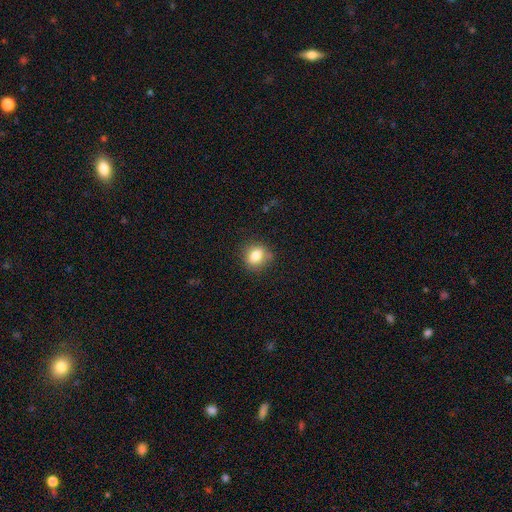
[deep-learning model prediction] Smooth or featured: smooth — 80% (star or artifact — 10%)
How rounded: round — 66% (in between — 33%)
Merging: none — 80% (minor disturbance — 15%)